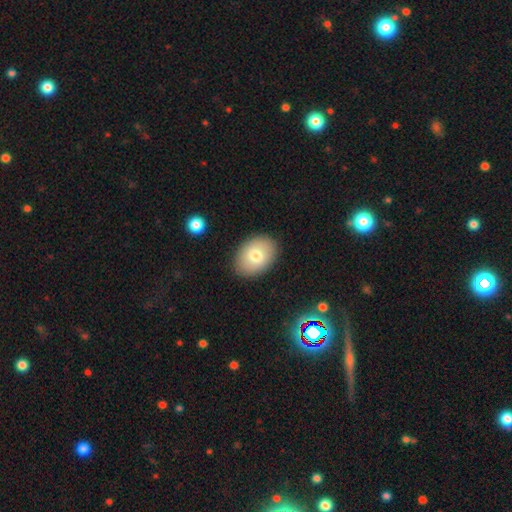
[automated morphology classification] Overall: smooth (77%). How rounded: in between (80%). Merging: none (88%).